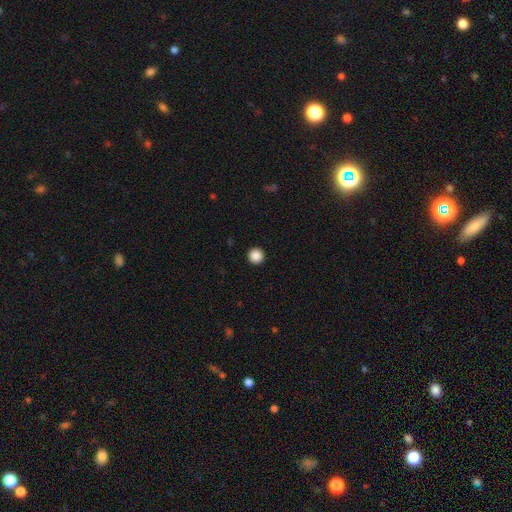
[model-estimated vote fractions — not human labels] This is clearly a smooth galaxy (88%). How rounded: clearly round (96%). Merging: clearly none (94%).